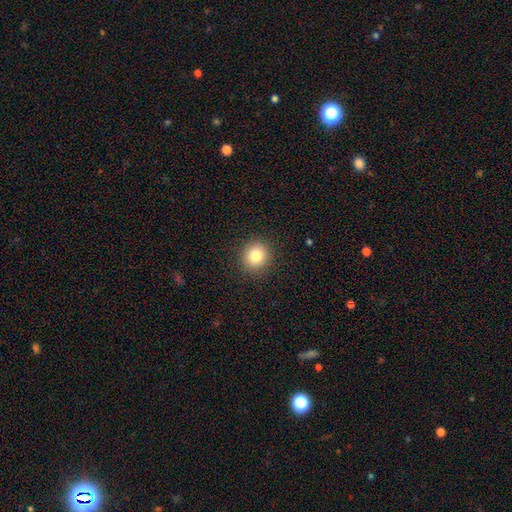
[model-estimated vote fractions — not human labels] A smooth galaxy with no disk features (82%) that is round (90%).

Vote fractions:
- Smooth or featured? smooth: 82% / star or artifact: 11% / featured or disk: 7%
- How rounded? round: 90% / in between: 9% / cigar-shaped: 1%
- Merging? none: 91% / minor disturbance: 6% / major disturbance: 2% / merger: 1%